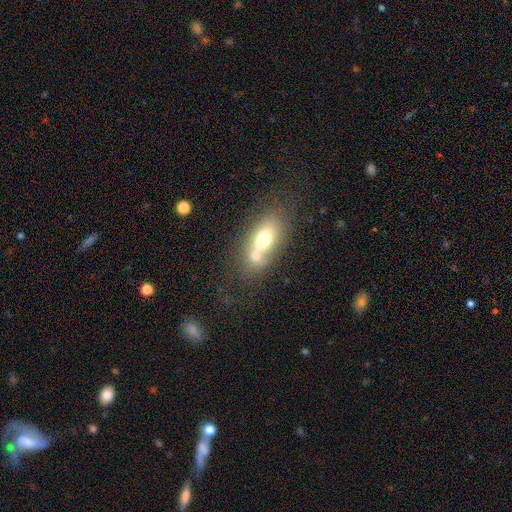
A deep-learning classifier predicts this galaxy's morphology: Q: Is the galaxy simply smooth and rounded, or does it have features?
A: smooth — 65%.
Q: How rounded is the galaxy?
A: in between — 76%.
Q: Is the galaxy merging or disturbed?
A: merger — 56%.